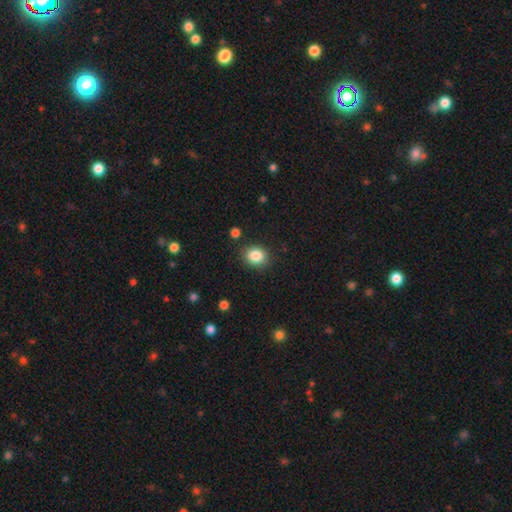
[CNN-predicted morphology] Smooth or featured? smooth (85%)
How rounded? round (58%)
Merging? none (84%)